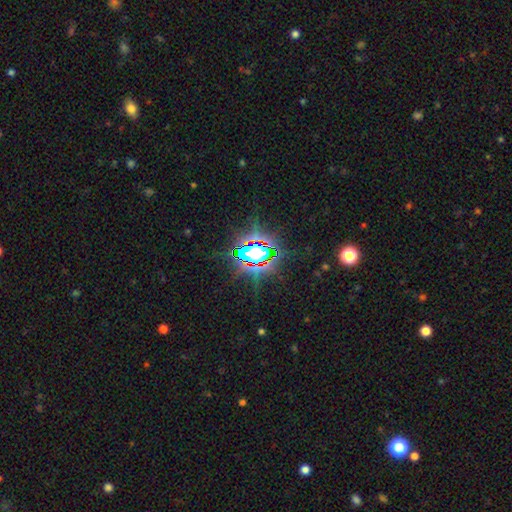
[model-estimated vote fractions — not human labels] Overall: star or artifact (77%).